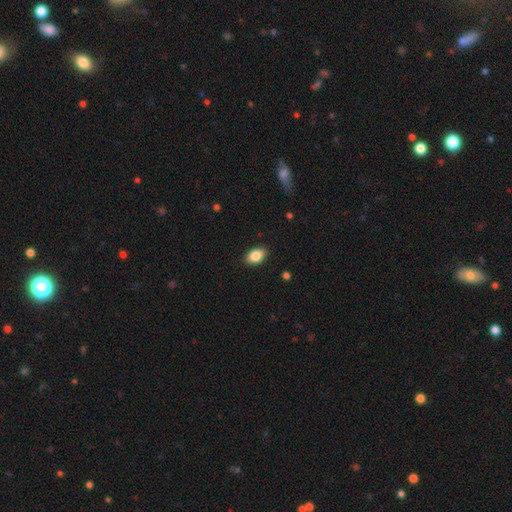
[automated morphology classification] type=smooth (86%); roundness=in between (89%); merging=none (88%).